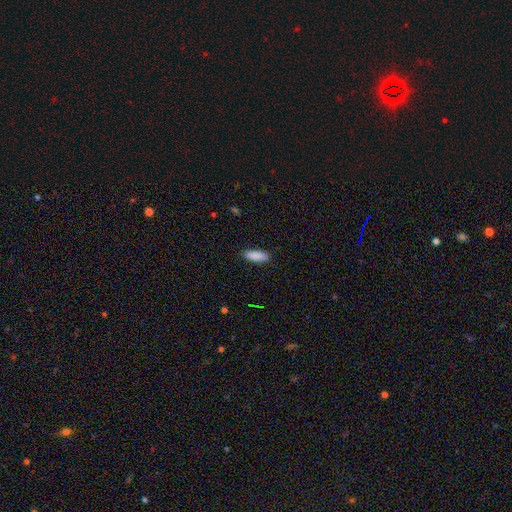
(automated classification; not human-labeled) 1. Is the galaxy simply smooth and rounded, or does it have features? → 89% smooth, 6% star or artifact, 5% featured or disk.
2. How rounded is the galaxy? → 65% in between, 33% cigar-shaped, 2% round.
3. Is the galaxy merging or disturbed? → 87% none, 10% minor disturbance, 2% major disturbance, 1% merger.